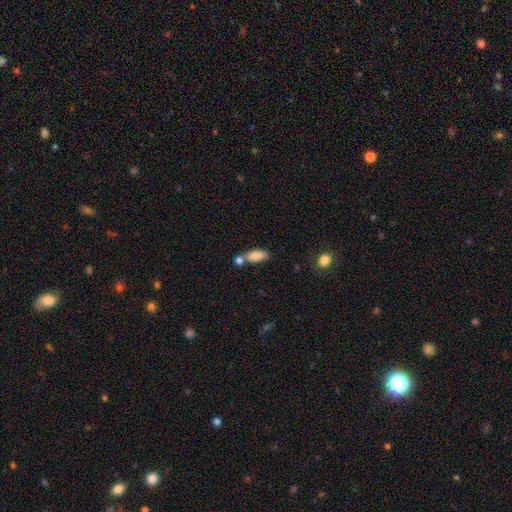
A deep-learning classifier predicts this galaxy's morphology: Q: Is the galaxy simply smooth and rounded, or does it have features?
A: smooth — 83%.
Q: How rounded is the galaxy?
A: in between — 84%.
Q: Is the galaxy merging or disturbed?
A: none — 56%.